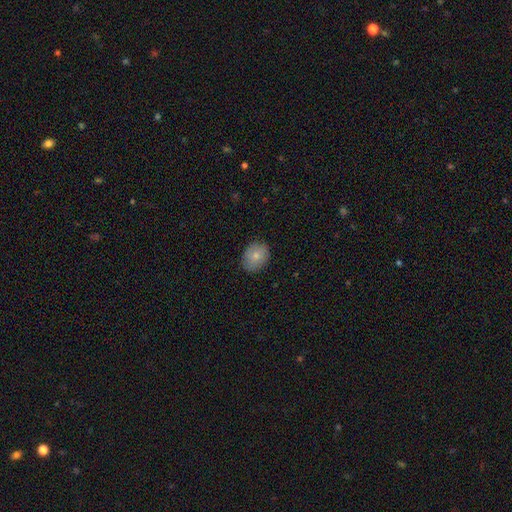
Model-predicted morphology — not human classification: smooth_or_featured: smooth (p=0.78) [alt: featured or disk p=0.14]
how_rounded: in between (p=0.52) [alt: round p=0.47]
merging: none (p=0.83) [alt: minor disturbance p=0.13]